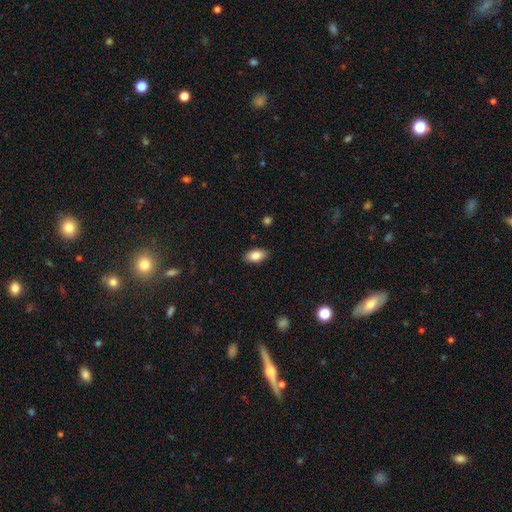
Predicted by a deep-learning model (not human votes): Smooth or featured: smooth — 85% (featured or disk — 8%)
How rounded: in between — 92% (cigar-shaped — 4%)
Merging: none — 88% (minor disturbance — 9%)